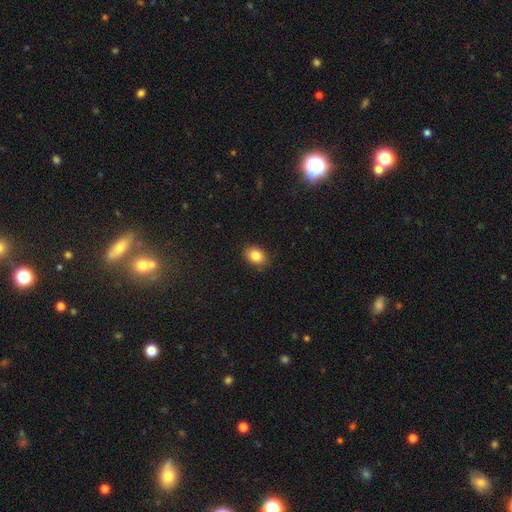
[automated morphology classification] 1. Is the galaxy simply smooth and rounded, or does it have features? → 84% smooth, 9% star or artifact, 7% featured or disk.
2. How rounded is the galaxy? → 63% in between, 36% round, 1% cigar-shaped.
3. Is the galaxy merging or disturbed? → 88% none, 9% minor disturbance, 2% major disturbance, 1% merger.